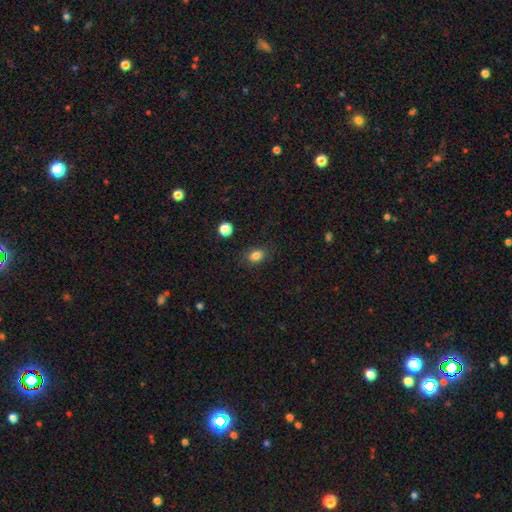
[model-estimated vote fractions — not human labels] The model was most divided on "how rounded": in between: 62%, round: 37%, cigar-shaped: 1%. More confident: merging — none (84%); smooth or featured — smooth (83%).